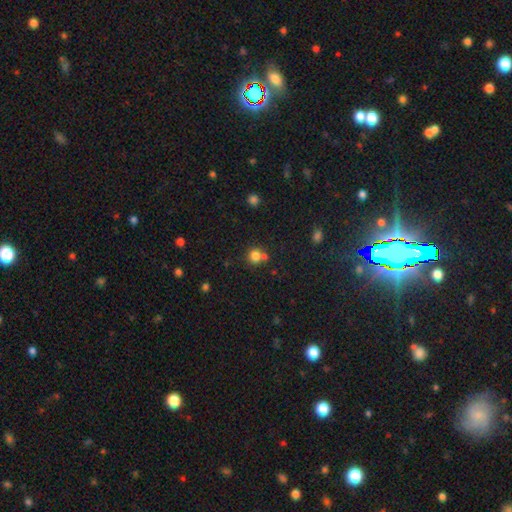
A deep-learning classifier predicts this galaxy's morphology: The model was most divided on "merging": none: 59%, merger: 28%, minor disturbance: 10%, major disturbance: 4%. More confident: how rounded — round (88%); smooth or featured — smooth (79%).